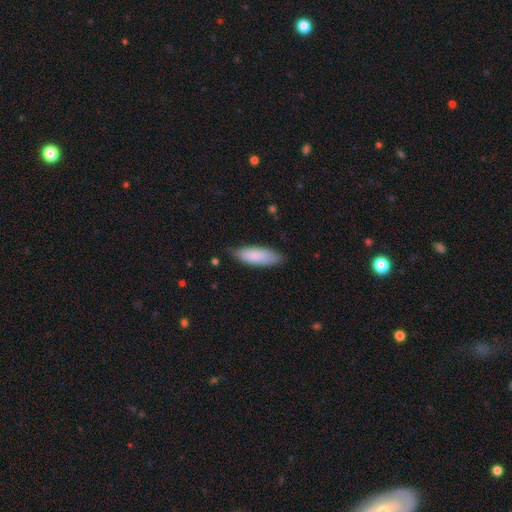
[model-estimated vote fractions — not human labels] Overall: smooth (86%). How rounded: in between (66%; cigar-shaped 32%). Merging: none (78%).